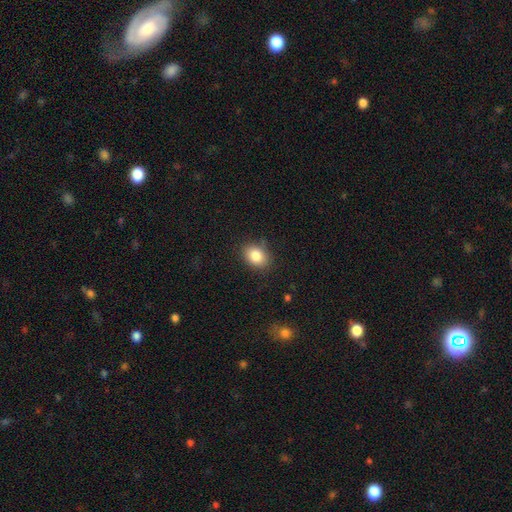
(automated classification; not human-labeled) smooth_or_featured: smooth (p=0.84) [alt: star or artifact p=0.09]
how_rounded: in between (p=0.61) [alt: round p=0.38]
merging: none (p=0.82) [alt: minor disturbance p=0.14]